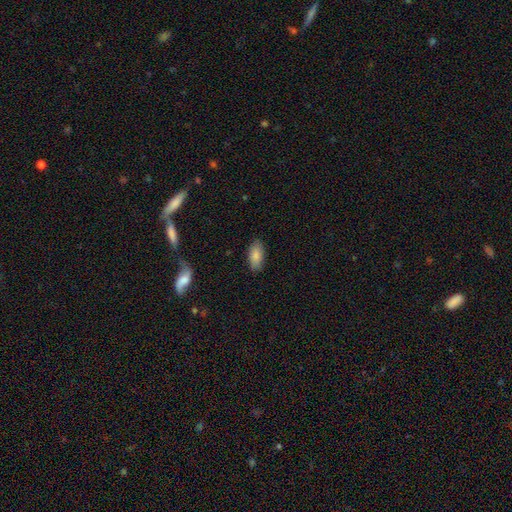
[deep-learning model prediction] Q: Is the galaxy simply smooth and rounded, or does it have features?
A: smooth — 85%.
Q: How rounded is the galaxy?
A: in between — 89%.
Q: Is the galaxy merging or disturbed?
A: none — 86%.